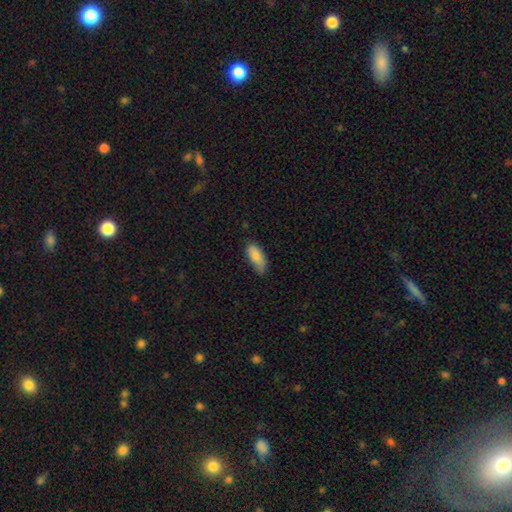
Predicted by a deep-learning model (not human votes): The model was most divided on "merging": none: 62%, minor disturbance: 31%, major disturbance: 5%, merger: 2%. More confident: smooth or featured — smooth (84%); how rounded — in between (83%).